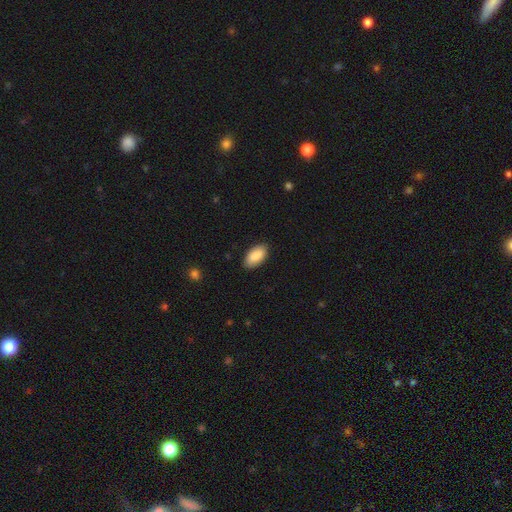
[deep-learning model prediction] Smooth or featured? smooth (89%)
How rounded? in between (95%)
Merging? none (86%)